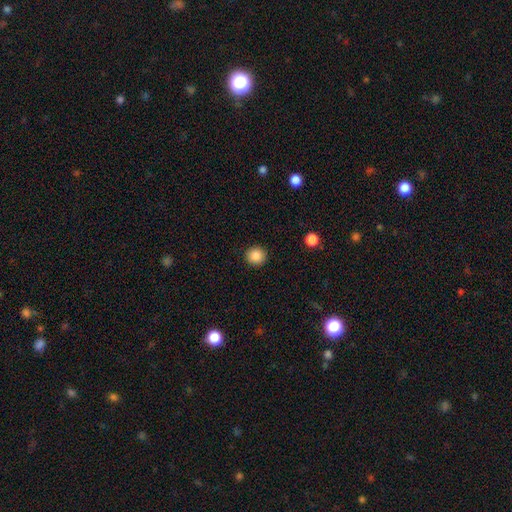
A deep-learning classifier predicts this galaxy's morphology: smooth_or_featured: smooth (p=0.87) [alt: star or artifact p=0.10]
how_rounded: round (p=0.93) [alt: in between p=0.06]
merging: none (p=0.92) [alt: minor disturbance p=0.05]